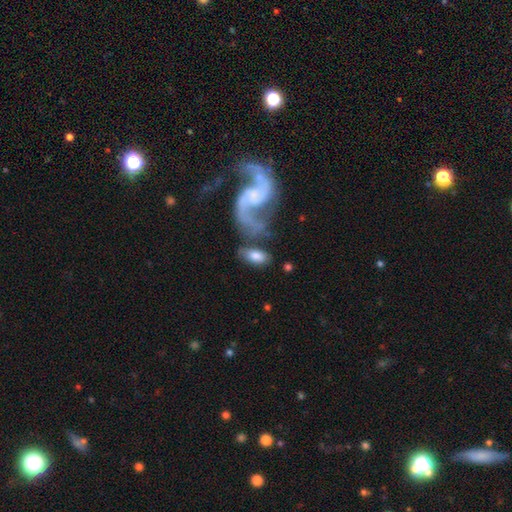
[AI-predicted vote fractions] Smooth or featured? Predicted: smooth (p=0.70). How rounded? Predicted: in between (p=0.91). Merging? Predicted: none (p=0.47).